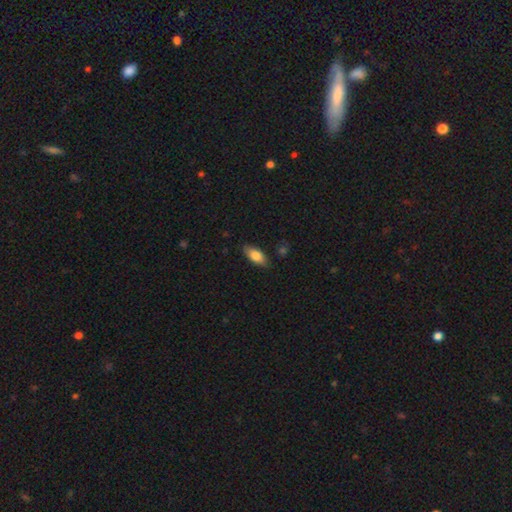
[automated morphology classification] Overall: smooth (80%). How rounded: in between (85%). Merging: none (84%).